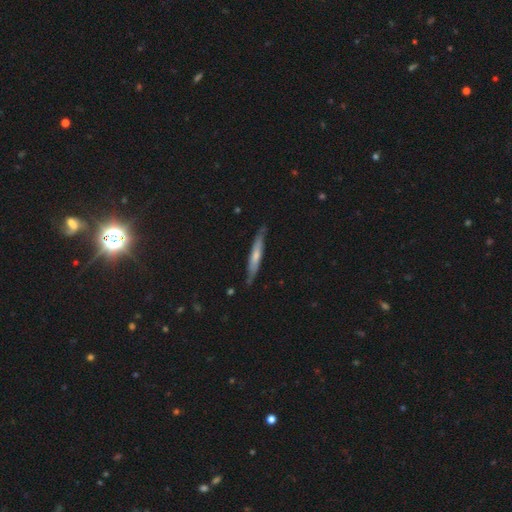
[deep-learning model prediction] Smooth or featured: smooth — 49% (featured or disk — 46%)
Merging: none — 79% (minor disturbance — 17%)